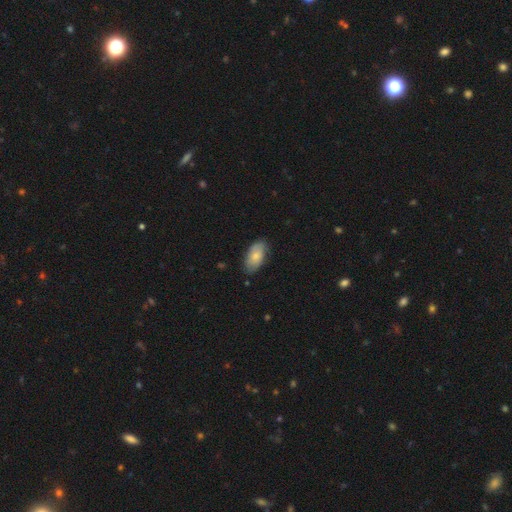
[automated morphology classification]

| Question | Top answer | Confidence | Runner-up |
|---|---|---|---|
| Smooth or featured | smooth | 74% | featured or disk (20%) |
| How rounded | in between | 93% | cigar-shaped (4%) |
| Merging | none | 75% | minor disturbance (20%) |